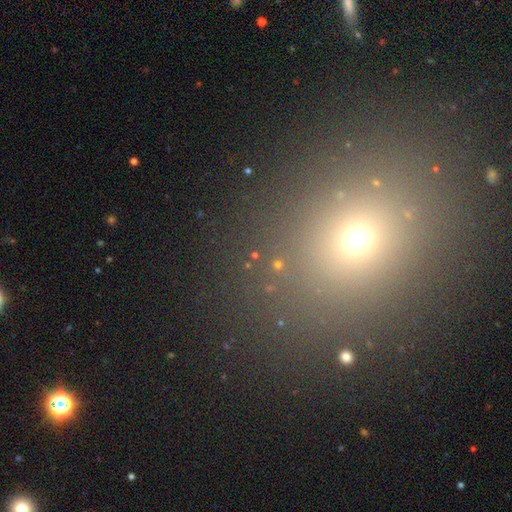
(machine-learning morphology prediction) Smooth or featured?
  - star or artifact: 55% *
  - smooth: 36%
  - featured or disk: 10%